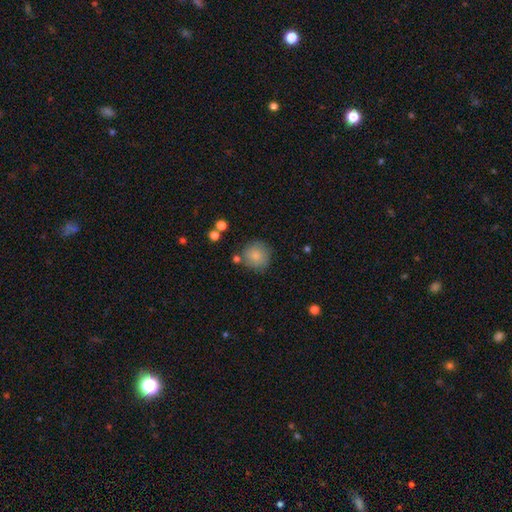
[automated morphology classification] Smooth or featured: smooth — 84% (star or artifact — 8%)
How rounded: round — 92% (in between — 7%)
Merging: none — 77% (minor disturbance — 13%)